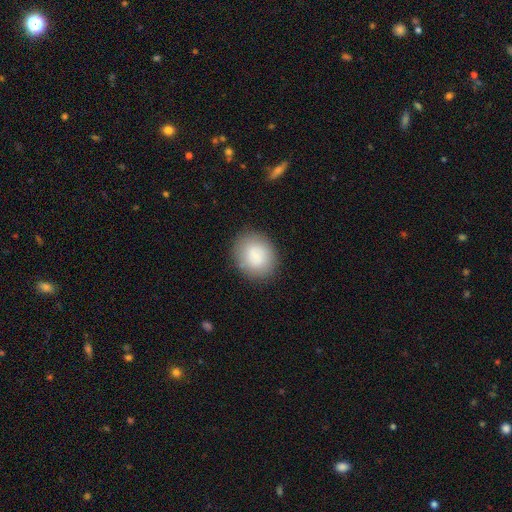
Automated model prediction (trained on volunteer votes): Overall: smooth (81%). How rounded: round (60%; in between 39%). Merging: none (83%).